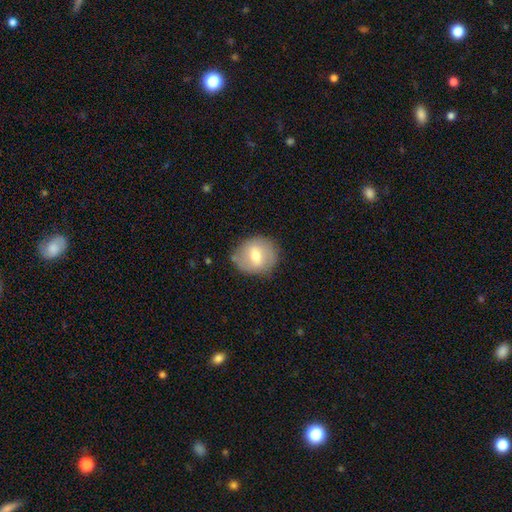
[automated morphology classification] Q: Smooth or featured?
A: smooth (59%); runner-up: featured or disk (33%)
Q: How rounded?
A: round (77%); runner-up: in between (22%)
Q: Merging?
A: none (77%); runner-up: minor disturbance (17%)